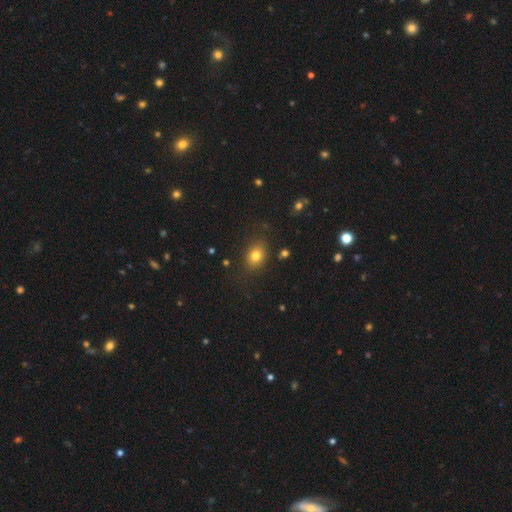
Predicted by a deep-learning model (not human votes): Smooth or featured? Predicted: smooth (p=0.78). How rounded? Predicted: in between (p=0.52). Merging? Predicted: none (p=0.82).